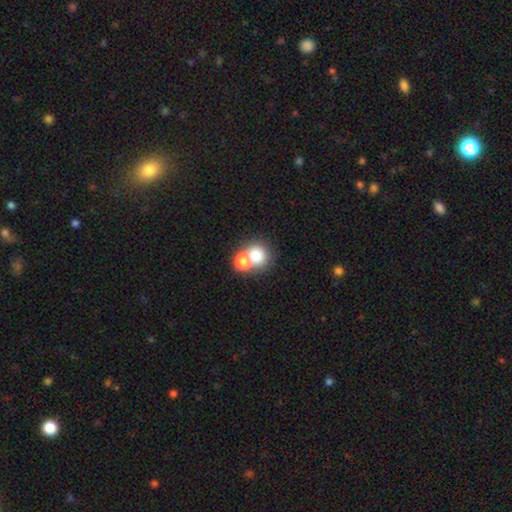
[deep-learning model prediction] The model was most divided on "merging": merger: 57%, none: 34%, minor disturbance: 6%, major disturbance: 3%. More confident: how rounded — round (78%); smooth or featured — smooth (74%).